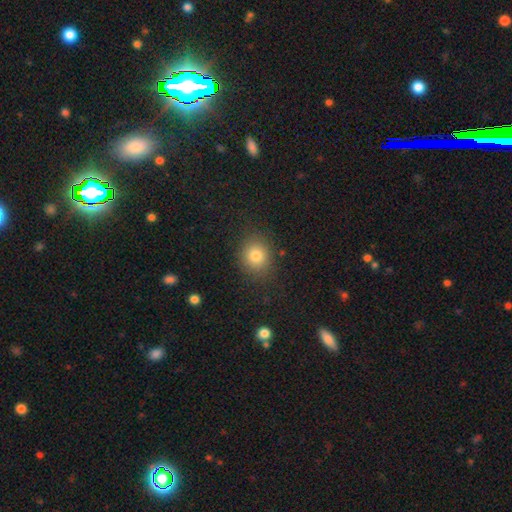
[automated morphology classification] A smooth galaxy with no disk features (80%) that is round (73%).

Vote fractions:
- Smooth or featured? smooth: 80% / star or artifact: 12% / featured or disk: 8%
- How rounded? round: 73% / in between: 26% / cigar-shaped: 1%
- Merging? none: 84% / minor disturbance: 10% / major disturbance: 4% / merger: 1%